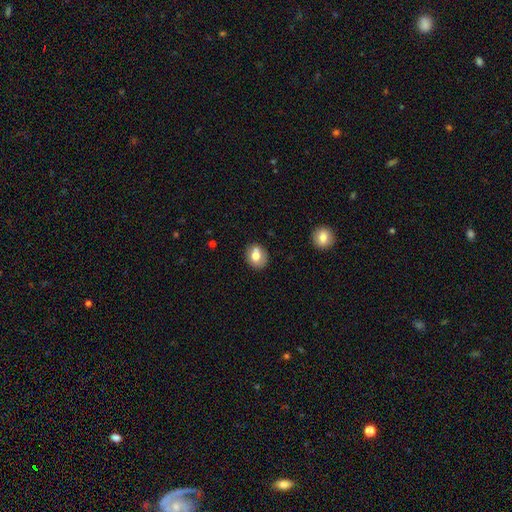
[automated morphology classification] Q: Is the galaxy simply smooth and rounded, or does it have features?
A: smooth — 71%.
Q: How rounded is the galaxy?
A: round — 57%.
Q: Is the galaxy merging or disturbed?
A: none — 76%.